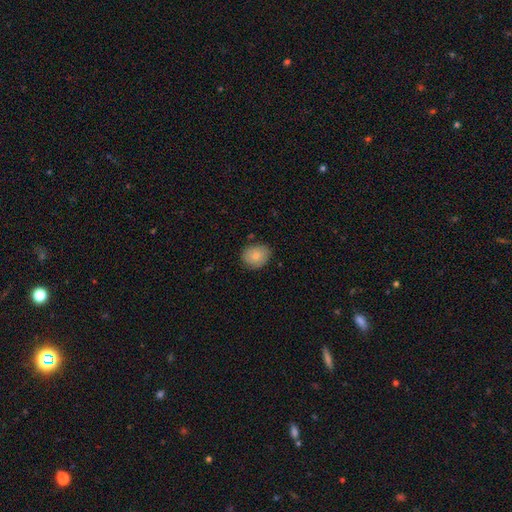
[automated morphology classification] Q: Smooth or featured?
A: smooth (80%); runner-up: featured or disk (13%)
Q: How rounded?
A: round (60%); runner-up: in between (39%)
Q: Merging?
A: none (78%); runner-up: minor disturbance (17%)